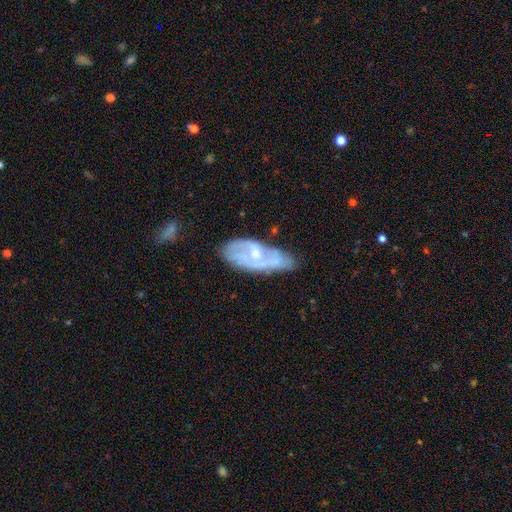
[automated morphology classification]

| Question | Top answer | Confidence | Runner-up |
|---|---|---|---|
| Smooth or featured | featured or disk | 71% | smooth (22%) |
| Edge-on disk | no | 92% | yes (8%) |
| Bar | no | 56% | weak (37%) |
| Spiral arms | yes | 81% | no (19%) |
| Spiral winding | medium | 43% | tight (37%) |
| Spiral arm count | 2 | 47% | can't tell (30%) |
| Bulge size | small | 54% | moderate (36%) |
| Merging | none | 54% | minor disturbance (28%) |